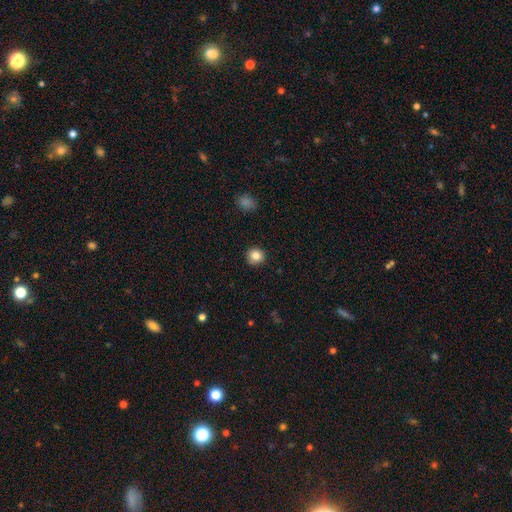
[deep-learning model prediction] Smooth or featured? smooth (85%)
How rounded? round (89%)
Merging? none (89%)